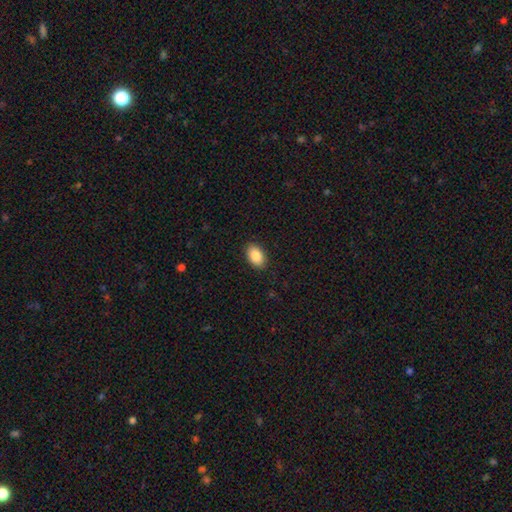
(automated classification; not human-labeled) Smooth or featured? Predicted: smooth (p=0.88). How rounded? Predicted: in between (p=0.92). Merging? Predicted: none (p=0.89).